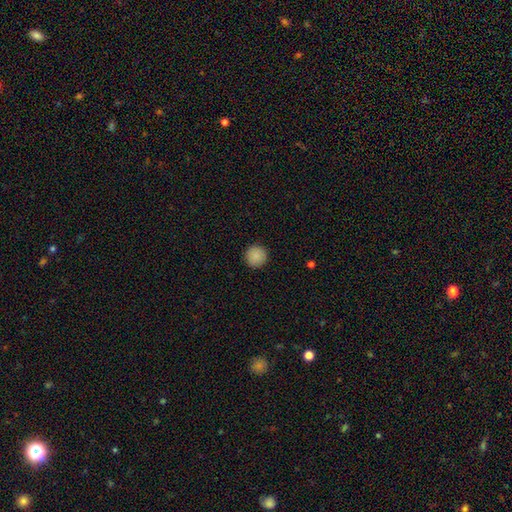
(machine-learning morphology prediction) The model was most divided on "smooth or featured": smooth: 89%, star or artifact: 8%, featured or disk: 3%. More confident: how rounded — round (95%); merging — none (92%).